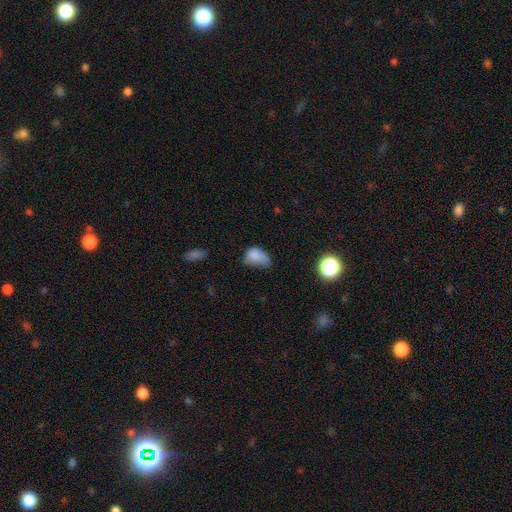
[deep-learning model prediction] smooth 80%, star or artifact 11%, featured or disk 9%. Down the decision tree: how rounded — in between (86%); merging — minor disturbance (45%).